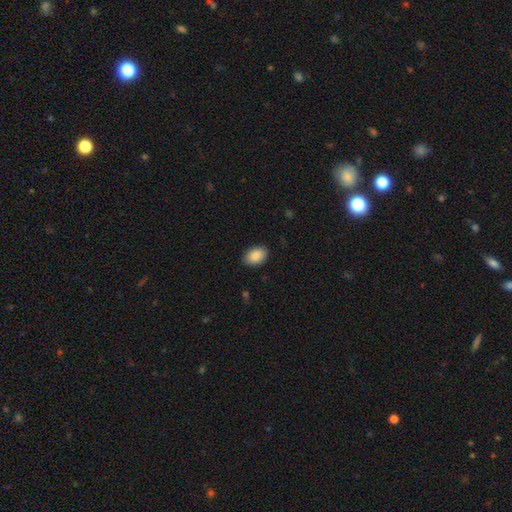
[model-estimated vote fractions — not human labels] Smooth or featured?
  - smooth: 89% *
  - star or artifact: 7%
  - featured or disk: 4%
How rounded?
  - in between: 84% *
  - round: 15%
  - cigar-shaped: 1%
Merging?
  - none: 86% *
  - minor disturbance: 11%
  - major disturbance: 2%
  - merger: 1%